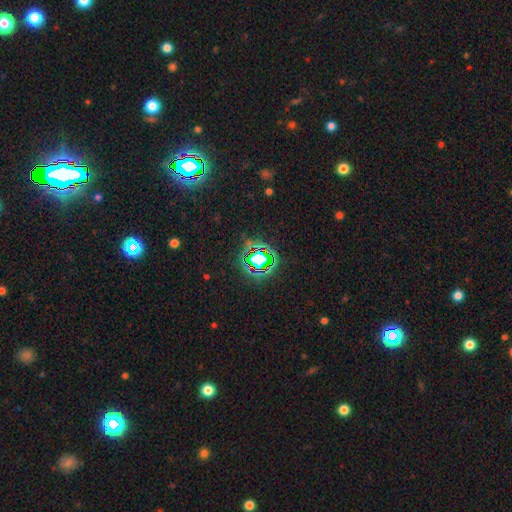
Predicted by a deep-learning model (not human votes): The model was most divided on "smooth or featured": star or artifact: 75%, smooth: 16%, featured or disk: 10%.